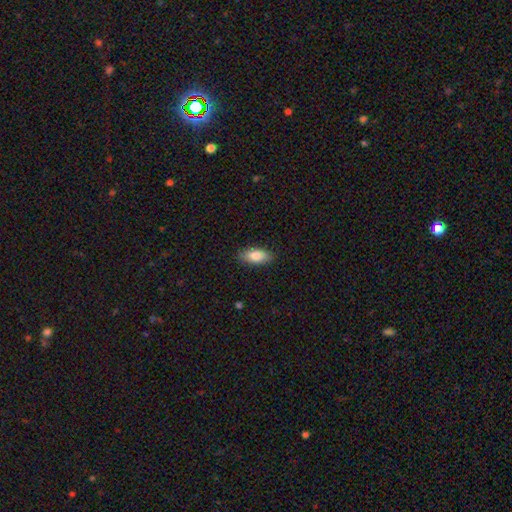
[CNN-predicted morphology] This appears to be a smooth galaxy with no disk features (84%) that is in between round and cigar-shaped (87%). Merging: none (86%).